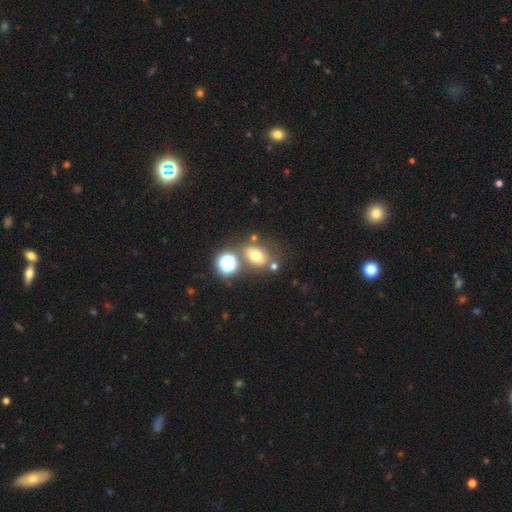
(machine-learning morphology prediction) A smooth galaxy with no disk features (65%) that is in between round and cigar-shaped (60%).

Vote fractions:
- Smooth or featured? smooth: 65% / star or artifact: 19% / featured or disk: 16%
- How rounded? in between: 60% / round: 38% / cigar-shaped: 2%
- Merging? none: 62% / merger: 19% / minor disturbance: 14% / major disturbance: 6%